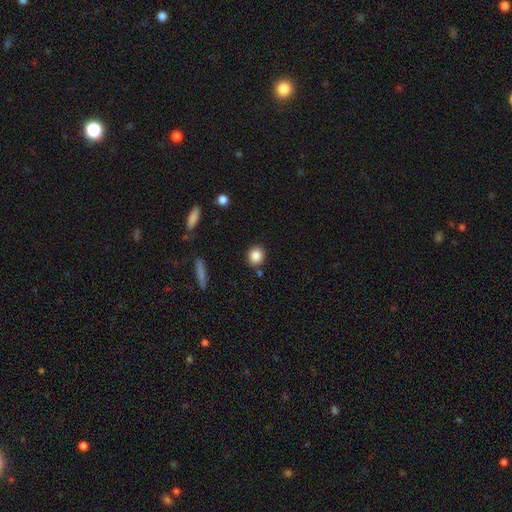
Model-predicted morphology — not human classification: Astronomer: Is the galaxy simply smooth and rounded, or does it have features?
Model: smooth — 86%.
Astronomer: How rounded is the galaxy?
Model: round — 80%.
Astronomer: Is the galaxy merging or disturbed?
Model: none — 84%.